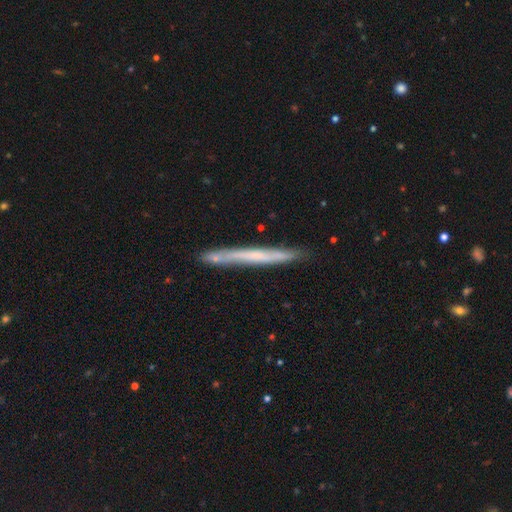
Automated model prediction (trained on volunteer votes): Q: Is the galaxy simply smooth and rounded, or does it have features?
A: featured or disk — 54%.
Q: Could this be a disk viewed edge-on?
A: yes — 93%.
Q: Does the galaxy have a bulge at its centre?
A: none — 86%.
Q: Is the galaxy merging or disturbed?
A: none — 83%.